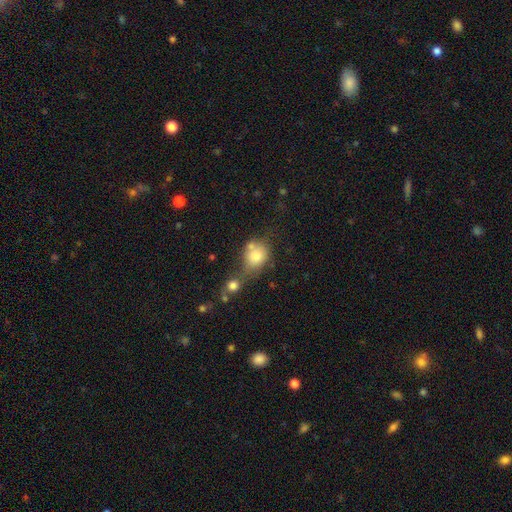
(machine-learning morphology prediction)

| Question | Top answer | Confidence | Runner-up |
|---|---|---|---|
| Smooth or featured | smooth | 76% | featured or disk (13%) |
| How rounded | round | 64% | in between (35%) |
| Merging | merger | 43% | none (32%) |